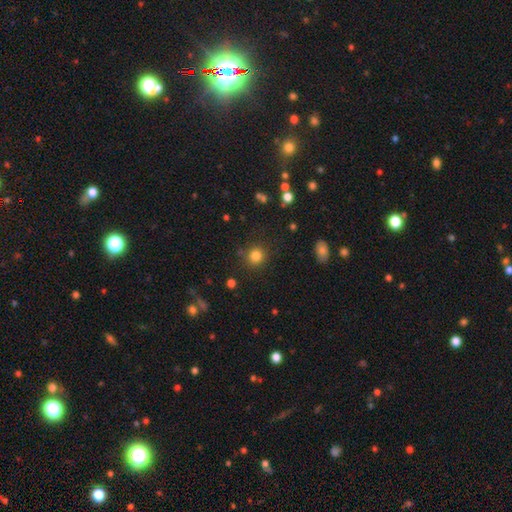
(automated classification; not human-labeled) Smooth or featured? Predicted: smooth (p=0.82). How rounded? Predicted: round (p=0.91). Merging? Predicted: none (p=0.86).